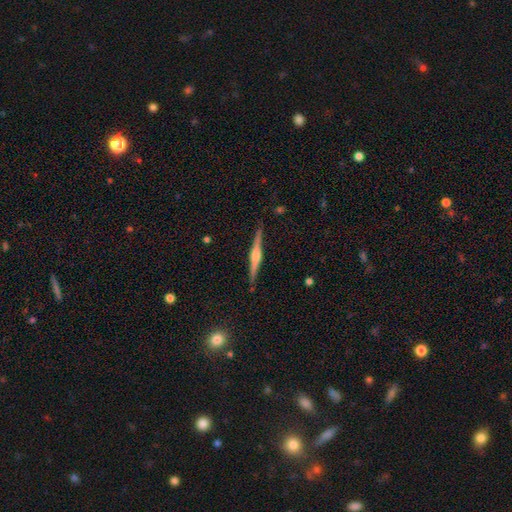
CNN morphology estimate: A featured or disk galaxy (78%) viewed edge-on (98%) with a rounded central bulge (81%). Merging: none (90%).